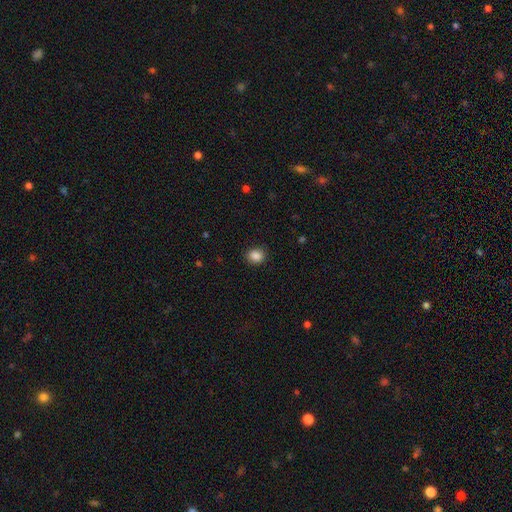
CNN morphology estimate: The model was most divided on "how rounded": round: 66%, in between: 33%, cigar-shaped: 1%. More confident: merging — none (88%); smooth or featured — smooth (87%).